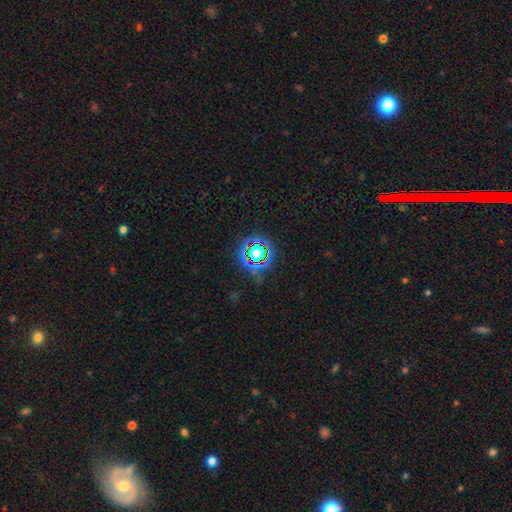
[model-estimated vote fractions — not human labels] Smooth or featured? star or artifact (62%)